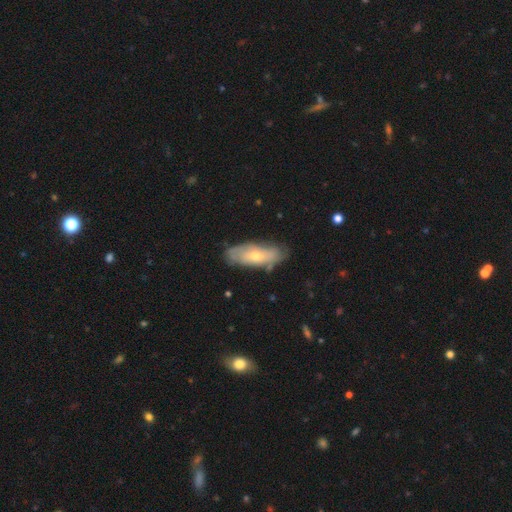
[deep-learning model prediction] Morphology: type=smooth (48%); merging=none (73%).